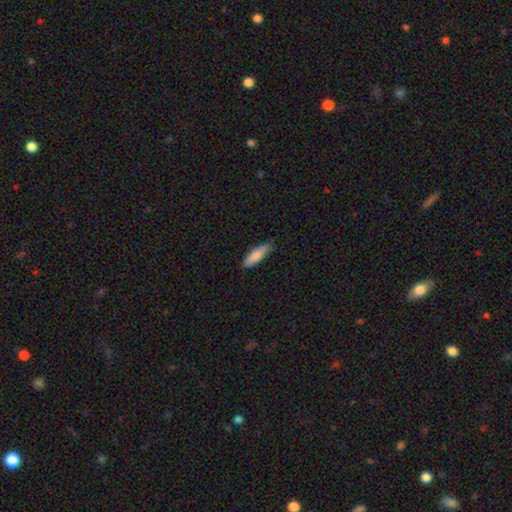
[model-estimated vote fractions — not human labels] Smooth or featured: smooth — 82% (featured or disk — 12%)
How rounded: cigar-shaped — 59% (in between — 40%)
Merging: none — 84% (minor disturbance — 13%)